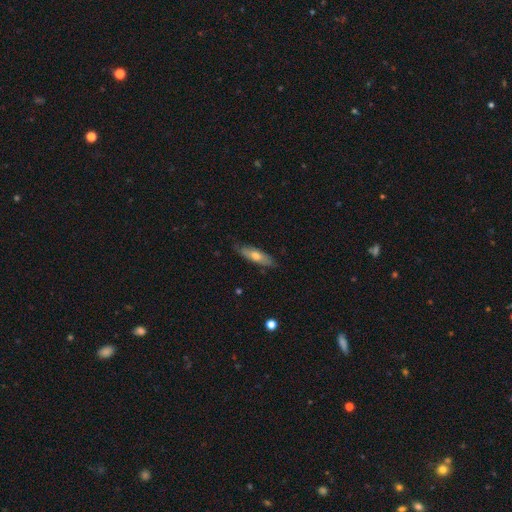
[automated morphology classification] Overall: smooth (56%; featured or disk 38%). How rounded: cigar-shaped (53%; in between 45%). Merging: none (77%).